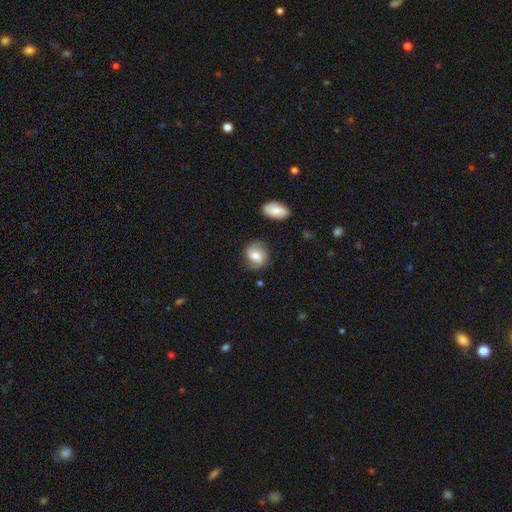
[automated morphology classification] A featured or disk galaxy (53%) with no bar (55%), spiral arms (86%) and a moderate central bulge (72%).

Vote fractions:
- Smooth or featured? featured or disk: 53% / smooth: 40% / star or artifact: 8%
- Edge-on disk? no: 97% / yes: 3%
- Bar? no: 55% / weak: 35% / strong: 10%
- Spiral arms? yes: 86% / no: 14%
- Bulge size? moderate: 72% / small: 16% / large: 10% / none: 2% / dominant: 1%
- Merging? none: 76% / minor disturbance: 17% / major disturbance: 5% / merger: 2%